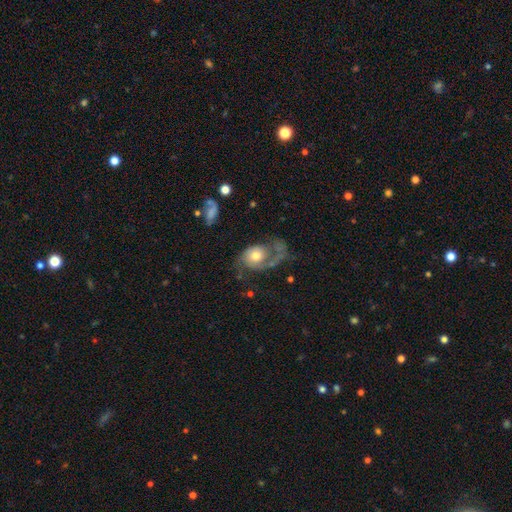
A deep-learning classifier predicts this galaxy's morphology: Smooth or featured: featured or disk — 64% (smooth — 29%)
Edge-on disk: no — 97% (yes — 3%)
Bar: no — 80% (weak — 17%)
Spiral arms: yes — 83% (no — 17%)
Spiral winding: loose — 46% (medium — 36%)
Spiral arm count: 1 — 55% (2 — 35%)
Bulge size: moderate — 62% (large — 20%)
Merging: major disturbance — 47% (none — 29%)